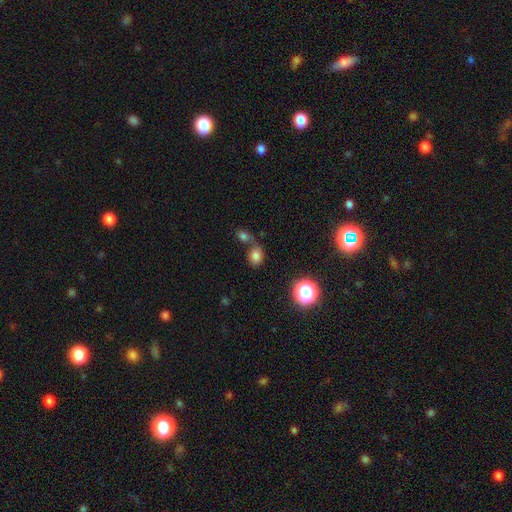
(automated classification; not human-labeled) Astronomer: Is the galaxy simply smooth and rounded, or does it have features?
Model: smooth — 77%.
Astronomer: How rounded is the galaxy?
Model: round — 52% (runner-up: in between, 46%).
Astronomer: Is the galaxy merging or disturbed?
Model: none — 51% (runner-up: merger, 33%).